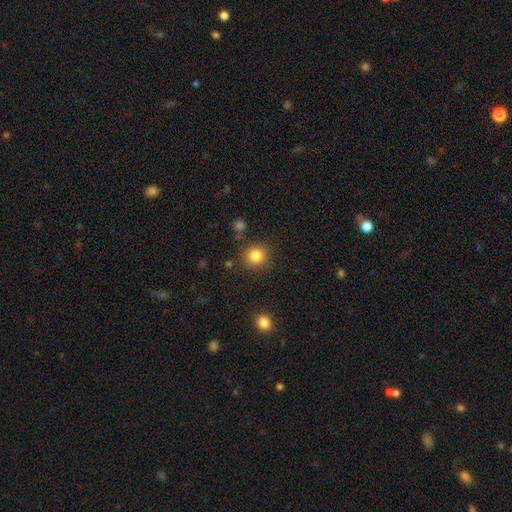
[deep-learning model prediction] Smooth or featured? smooth (84%)
How rounded? round (92%)
Merging? none (87%)